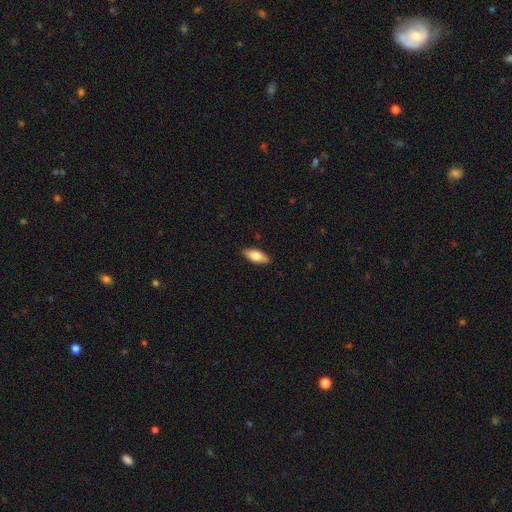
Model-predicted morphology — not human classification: Smooth or featured?
  - smooth: 70% *
  - featured or disk: 24%
  - star or artifact: 6%
How rounded?
  - in between: 80% *
  - cigar-shaped: 17%
  - round: 3%
Merging?
  - none: 87% *
  - minor disturbance: 10%
  - major disturbance: 2%
  - merger: 1%